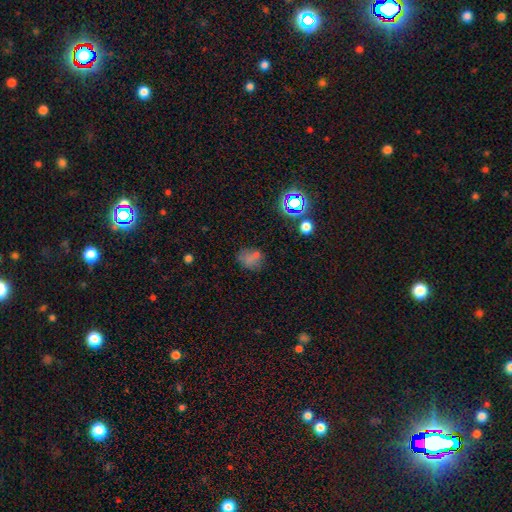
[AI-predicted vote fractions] Smooth or featured: star or artifact — 48% (smooth — 40%)